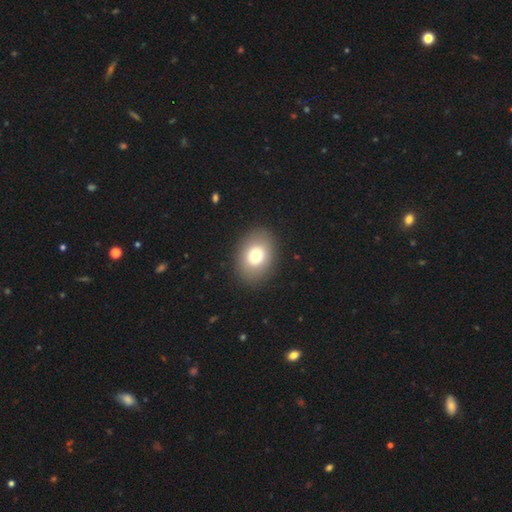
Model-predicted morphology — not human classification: A smooth galaxy with no disk features (76%) that is in between round and cigar-shaped (66%). Merging: none (89%).